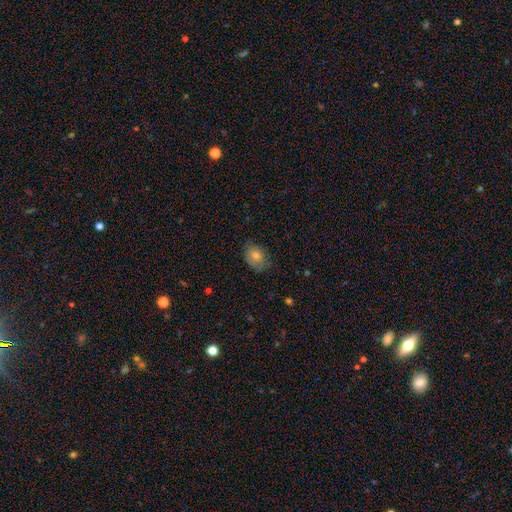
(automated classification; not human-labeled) smooth-or-featured: smooth: 69% | featured or disk: 20% | star or artifact: 11%
  how-rounded: in between: 75% | round: 24% | cigar-shaped: 1%
  merging: none: 73% | minor disturbance: 21% | major disturbance: 5% | merger: 1%